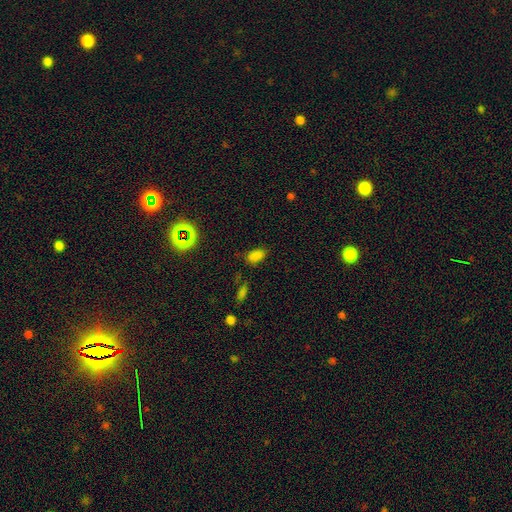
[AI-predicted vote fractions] The model was most divided on "smooth or featured": smooth: 76%, star or artifact: 19%, featured or disk: 5%. More confident: how rounded — in between (90%); merging — none (75%).